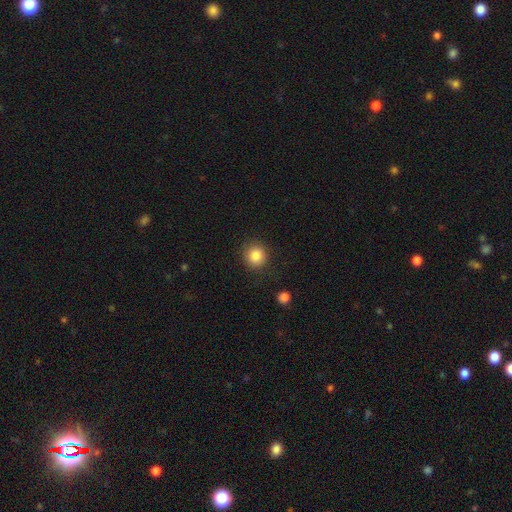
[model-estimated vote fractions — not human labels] smooth_or_featured: smooth (p=0.85) [alt: star or artifact p=0.10]
how_rounded: round (p=0.90) [alt: in between p=0.09]
merging: none (p=0.88) [alt: minor disturbance p=0.08]